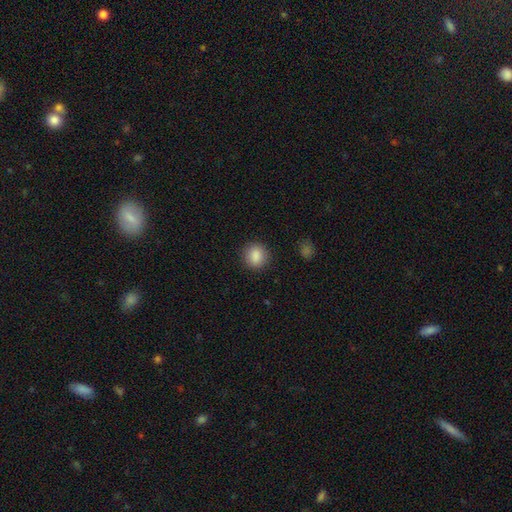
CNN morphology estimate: A smooth galaxy with no disk features (88%) that is round (84%). Merging: none (89%).